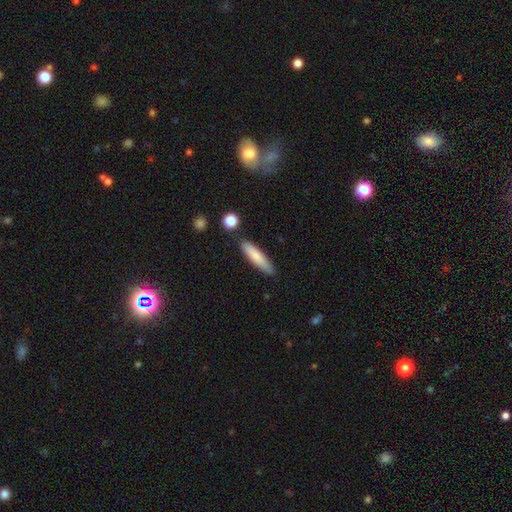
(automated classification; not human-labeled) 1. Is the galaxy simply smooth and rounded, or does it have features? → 79% smooth, 15% featured or disk, 6% star or artifact.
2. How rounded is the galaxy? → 78% cigar-shaped, 20% in between, 2% round.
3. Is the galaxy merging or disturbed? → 81% none, 13% minor disturbance, 3% merger, 2% major disturbance.